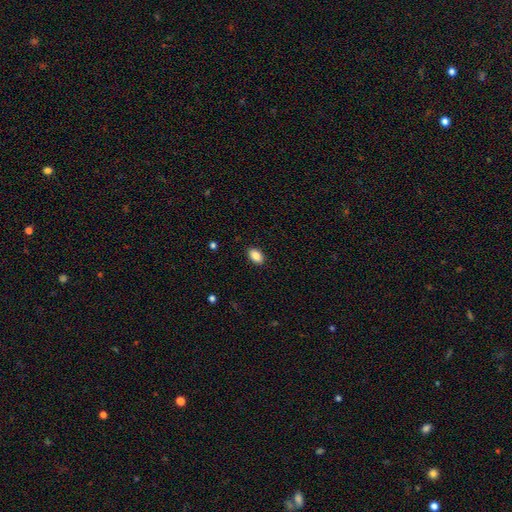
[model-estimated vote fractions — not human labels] Q: Smooth or featured?
A: smooth (86%); runner-up: star or artifact (8%)
Q: How rounded?
A: in between (89%); runner-up: round (10%)
Q: Merging?
A: none (89%); runner-up: minor disturbance (8%)